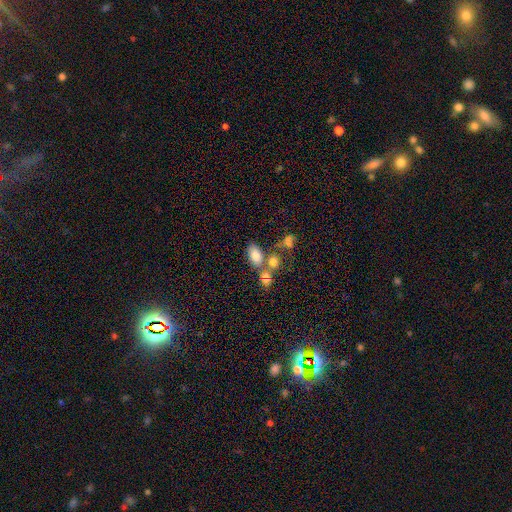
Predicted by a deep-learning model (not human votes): Overall: smooth (76%). How rounded: in between (87%). Merging: none (43%; merger 38%).